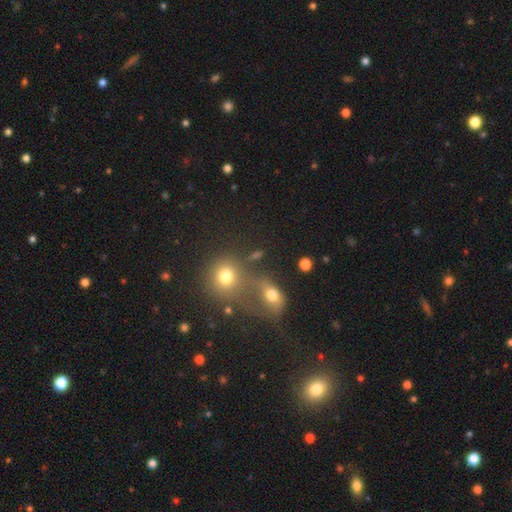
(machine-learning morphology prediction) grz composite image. It shows a smooth galaxy with no disk features (64%) that is round (68%). Merging: merger (50%).